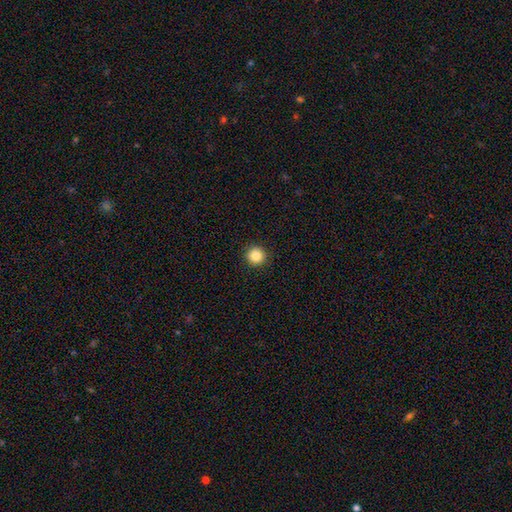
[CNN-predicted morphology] Smooth or featured? Predicted: smooth (p=0.86). How rounded? Predicted: round (p=0.96). Merging? Predicted: none (p=0.93).